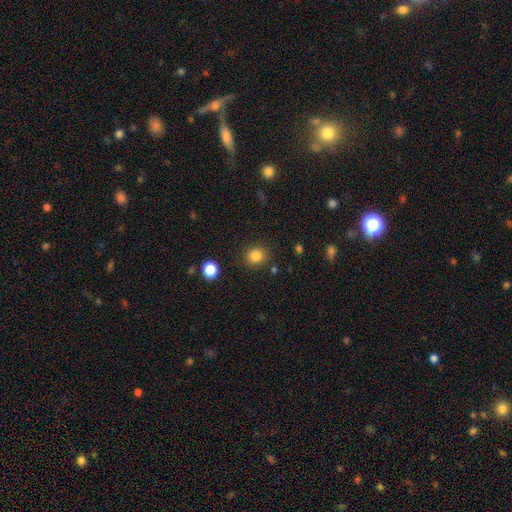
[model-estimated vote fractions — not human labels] smooth 84%, star or artifact 12%, featured or disk 4%. Down the decision tree: how rounded — round (86%); merging — none (87%).